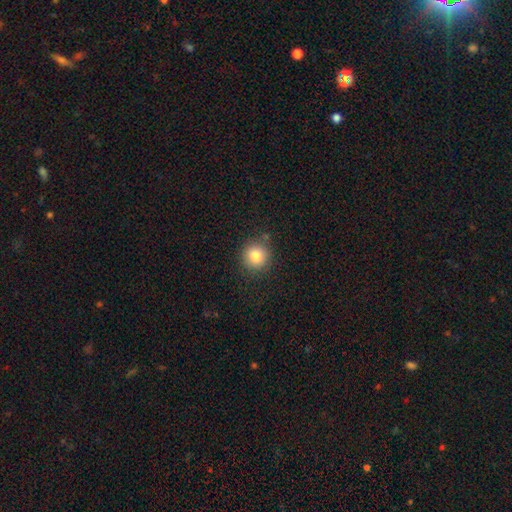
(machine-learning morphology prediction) A smooth galaxy with no disk features (82%) that is round (92%).

Vote fractions:
- Smooth or featured? smooth: 82% / star or artifact: 11% / featured or disk: 8%
- How rounded? round: 92% / in between: 7% / cigar-shaped: 1%
- Merging? none: 85% / minor disturbance: 9% / major disturbance: 3% / merger: 2%